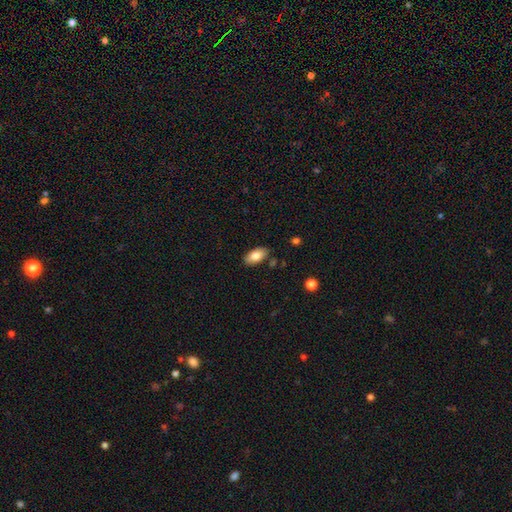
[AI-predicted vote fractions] smooth 80%, featured or disk 13%, star or artifact 7%. Down the decision tree: how rounded — in between (92%); merging — none (84%).